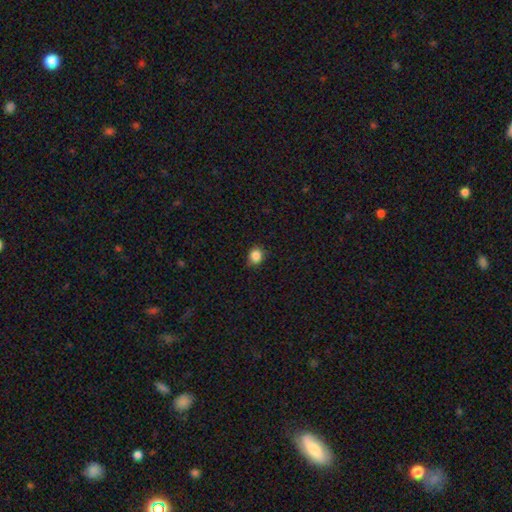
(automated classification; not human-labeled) Smooth or featured? smooth (86%)
How rounded? round (68%)
Merging? none (84%)